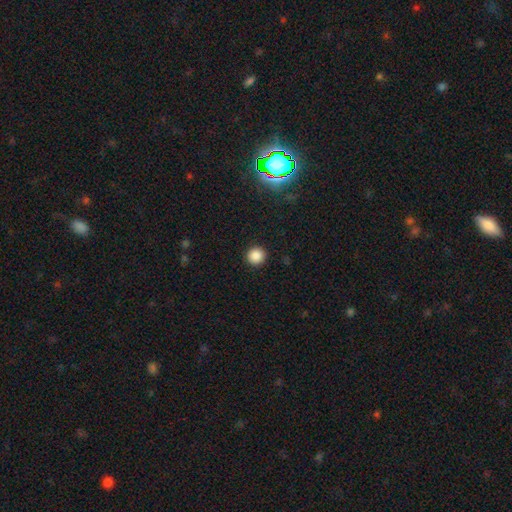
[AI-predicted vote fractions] Smooth or featured? smooth (86%)
How rounded? round (95%)
Merging? none (93%)